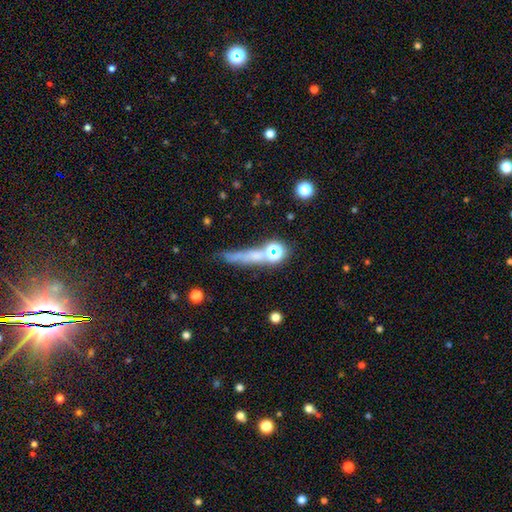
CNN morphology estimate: smooth-or-featured: smooth: 50% | featured or disk: 31% | star or artifact: 19%
  merging: none: 60% | minor disturbance: 19% | merger: 11% | major disturbance: 10%